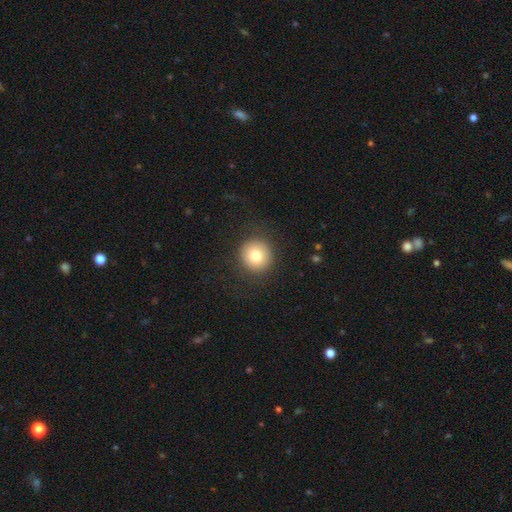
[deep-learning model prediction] Smooth or featured? Predicted: smooth (p=0.80). How rounded? Predicted: round (p=0.93). Merging? Predicted: none (p=0.88).